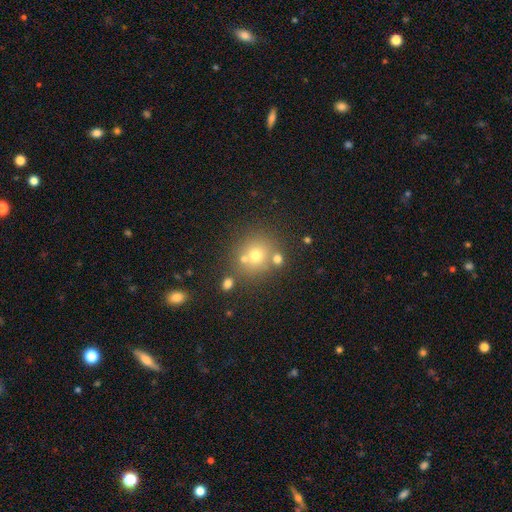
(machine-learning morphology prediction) type=smooth (67%); roundness=round (87%); merging=none (68%).